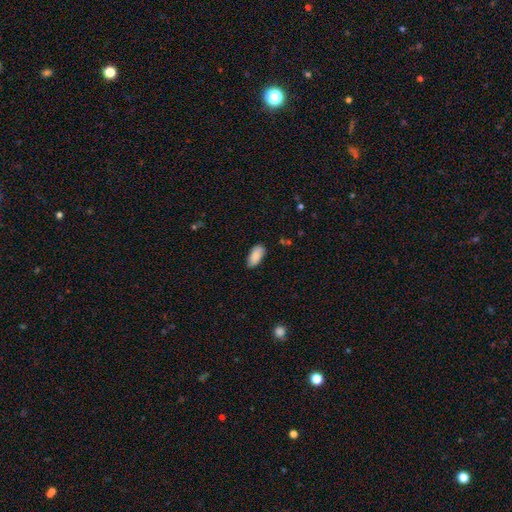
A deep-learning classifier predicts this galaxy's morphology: This appears to be a smooth galaxy with no disk features (89%) that is in between round and cigar-shaped (92%). Merging: none (84%).